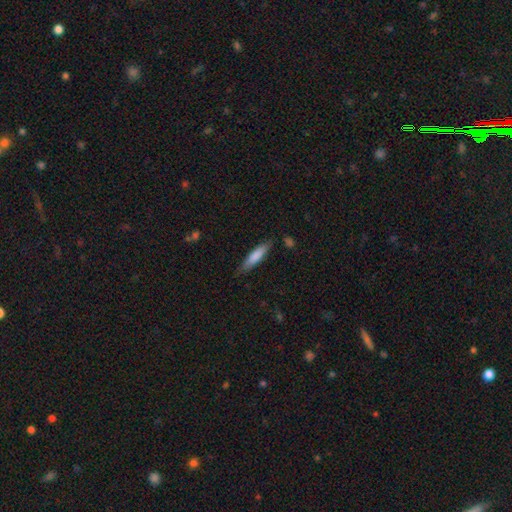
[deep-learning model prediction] smooth-or-featured: smooth: 76% | featured or disk: 18% | star or artifact: 6%
  how-rounded: cigar-shaped: 80% | in between: 19% | round: 1%
  merging: none: 80% | minor disturbance: 15% | major disturbance: 3% | merger: 2%